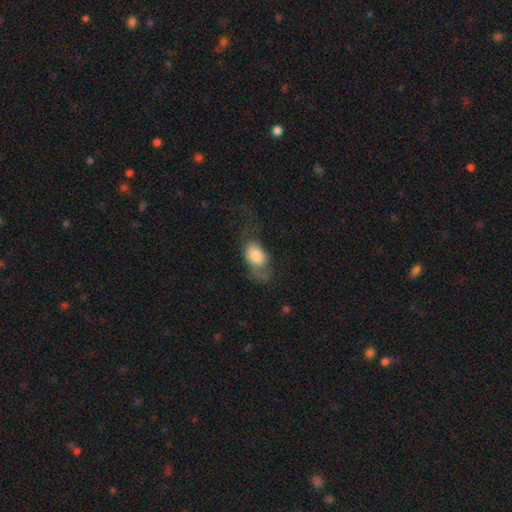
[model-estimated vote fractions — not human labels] smooth-or-featured: smooth: 76% | featured or disk: 17% | star or artifact: 7%
  how-rounded: in between: 84% | round: 14% | cigar-shaped: 2%
  merging: major disturbance: 41% | none: 31% | minor disturbance: 26% | merger: 3%